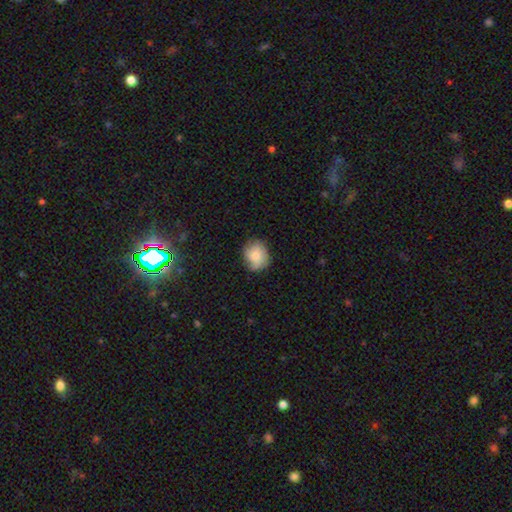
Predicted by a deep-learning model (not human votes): A smooth galaxy with no disk features (65%) that is round (69%). Merging: none (72%).